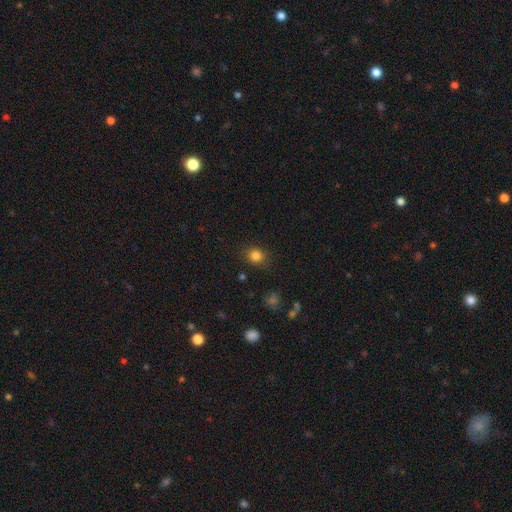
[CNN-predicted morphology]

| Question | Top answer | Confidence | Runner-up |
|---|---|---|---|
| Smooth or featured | smooth | 82% | star or artifact (13%) |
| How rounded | round | 79% | in between (20%) |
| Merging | none | 86% | minor disturbance (10%) |